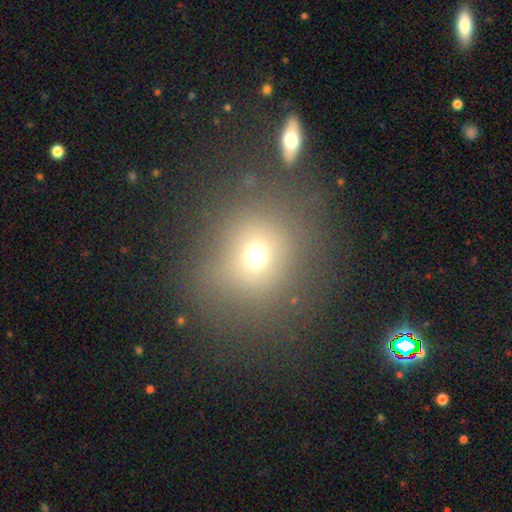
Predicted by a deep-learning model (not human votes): Overall: smooth (66%). How rounded: round (86%). Merging: none (75%).